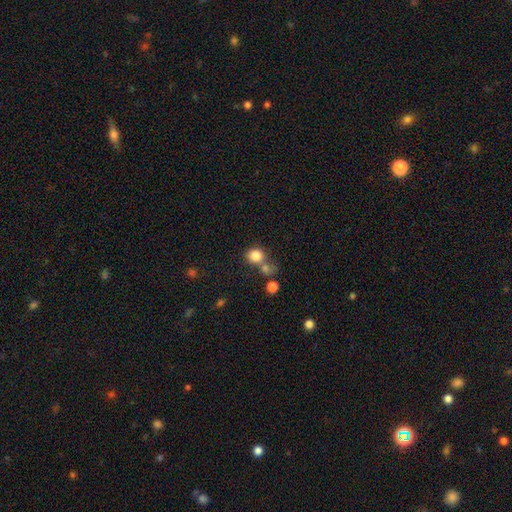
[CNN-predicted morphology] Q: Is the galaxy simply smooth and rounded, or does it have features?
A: smooth — 82%.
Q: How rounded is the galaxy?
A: round — 81%.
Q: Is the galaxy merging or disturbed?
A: none — 50%.